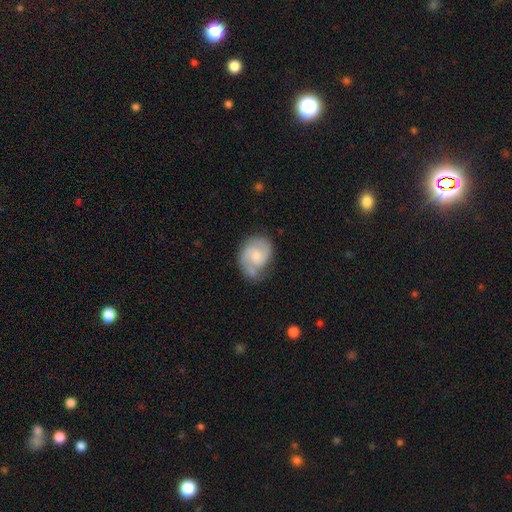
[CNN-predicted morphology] smooth_or_featured: featured or disk (p=0.63) [alt: smooth p=0.30]
disk_edge_on: no (p=0.98) [alt: yes p=0.02]
bar: no (p=0.57) [alt: weak p=0.37]
has_spiral_arms: yes (p=0.89) [alt: no p=0.11]
spiral_winding: medium (p=0.48) [alt: tight p=0.30]
spiral_arm_count: 2 (p=0.73) [alt: can't tell p=0.11]
bulge_size: small (p=0.43) [alt: moderate p=0.42]
merging: none (p=0.54) [alt: minor disturbance p=0.28]